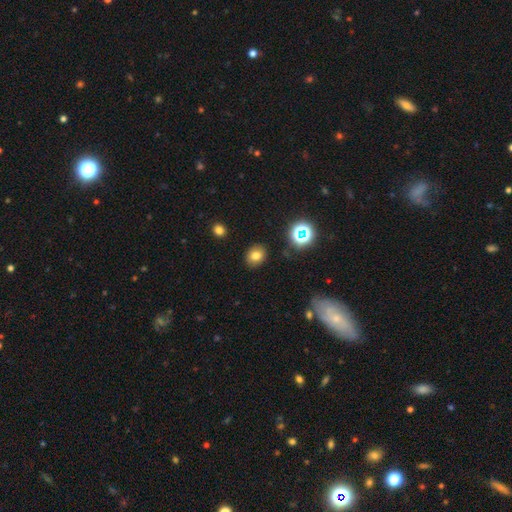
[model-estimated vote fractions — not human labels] smooth_or_featured: smooth (p=0.76) [alt: star or artifact p=0.15]
how_rounded: round (p=0.61) [alt: in between p=0.38]
merging: none (p=0.88) [alt: minor disturbance p=0.08]